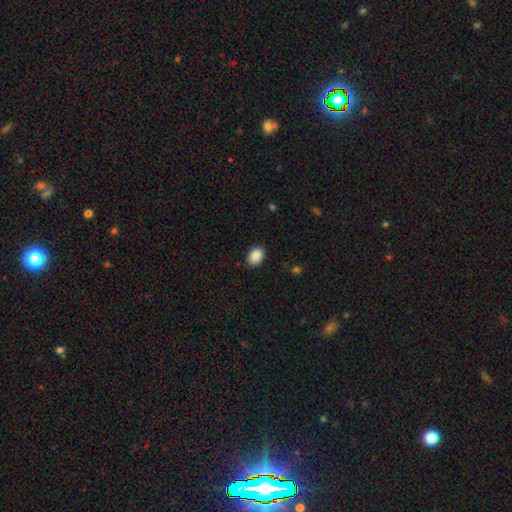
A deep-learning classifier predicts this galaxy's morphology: smooth-or-featured: smooth: 89% | star or artifact: 8% | featured or disk: 3%
  how-rounded: in between: 73% | round: 26% | cigar-shaped: 1%
  merging: none: 89% | minor disturbance: 8% | major disturbance: 2% | merger: 1%